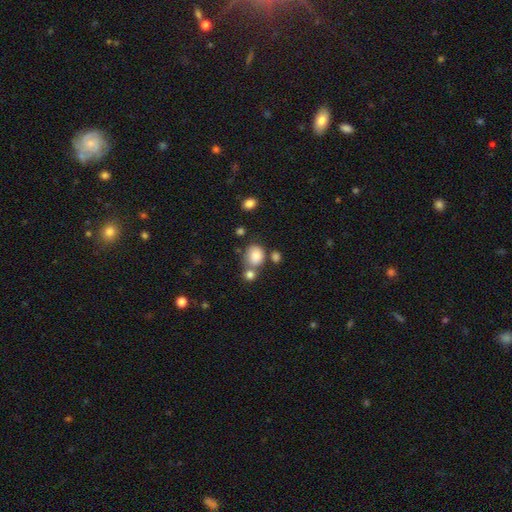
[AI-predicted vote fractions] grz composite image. It shows a smooth galaxy with no disk features (82%) that is round (62%). Merging: none (54%).